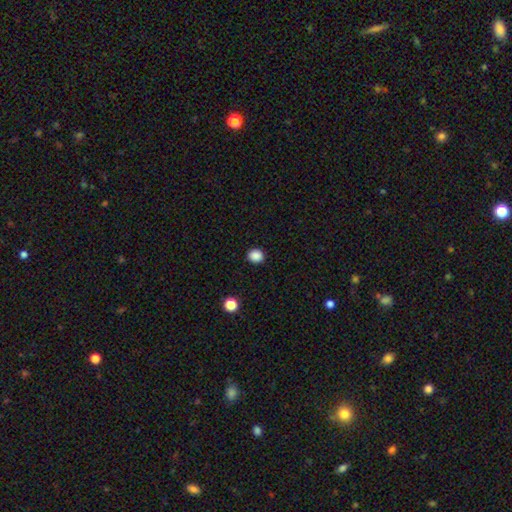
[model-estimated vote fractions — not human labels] smooth 88%, star or artifact 10%, featured or disk 2%. Down the decision tree: how rounded — round (73%); merging — none (91%).